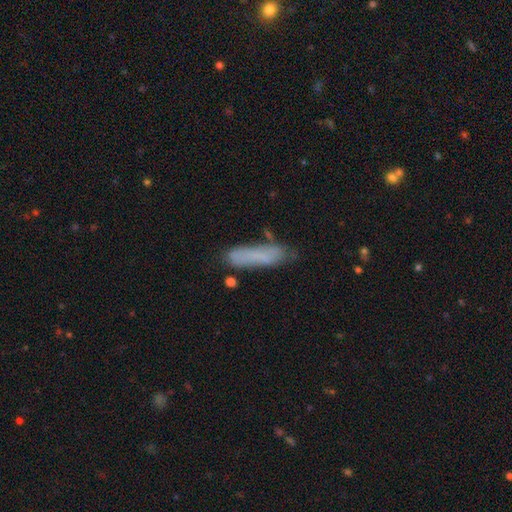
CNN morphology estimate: This appears to be a smooth galaxy with no disk features (69%) that is cigar-shaped (74%). Merging: none (65%).